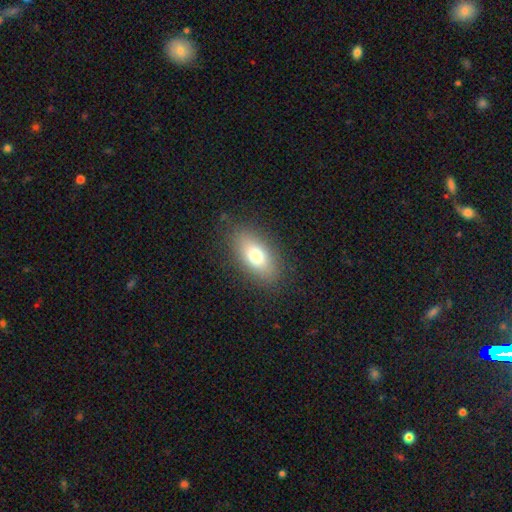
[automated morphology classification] Overall: smooth (74%). How rounded: in between (86%). Merging: none (83%).